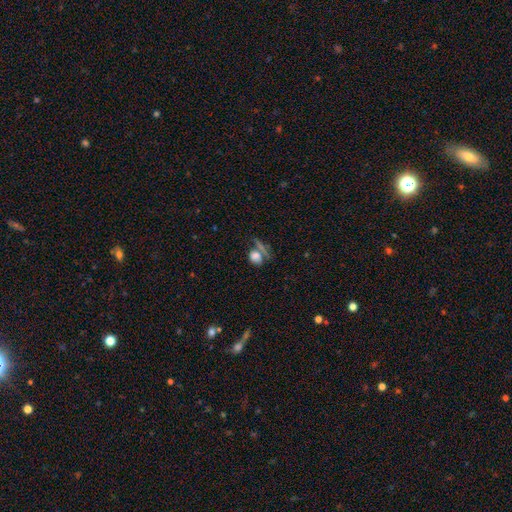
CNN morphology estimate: Smooth or featured: smooth — 68% (star or artifact — 20%)
How rounded: round — 59% (in between — 34%)
Merging: none — 54% (merger — 21%)